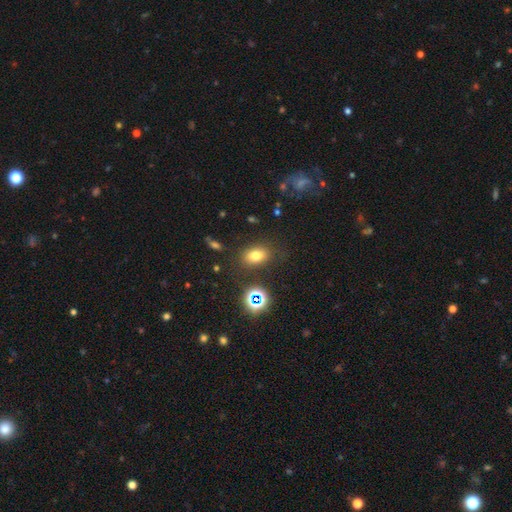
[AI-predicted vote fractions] The model was most divided on "how rounded": in between: 75%, round: 23%, cigar-shaped: 2%. More confident: merging — none (80%); smooth or featured — smooth (72%).